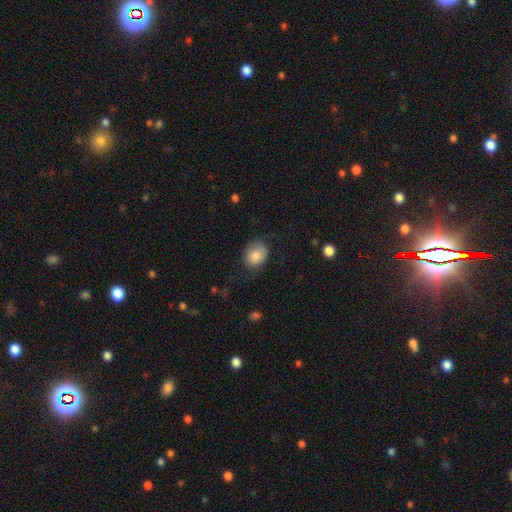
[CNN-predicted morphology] Smooth or featured? smooth (83%)
How rounded? in between (51%)
Merging? none (65%)